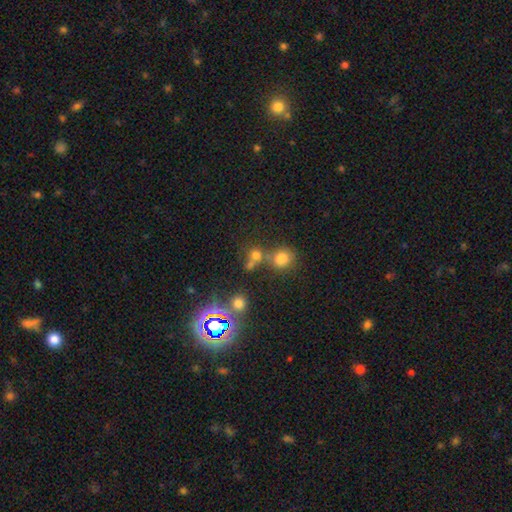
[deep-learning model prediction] Overall: smooth (65%; star or artifact 26%). How rounded: round (80%). Merging: none (50%; merger 34%).